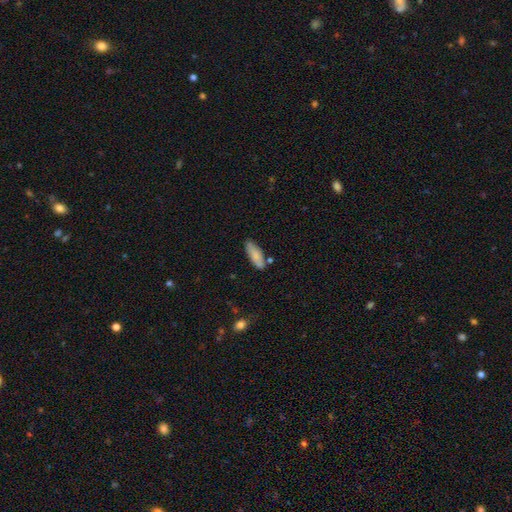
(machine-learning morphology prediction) Smooth or featured: smooth — 81% (featured or disk — 13%)
How rounded: in between — 60% (cigar-shaped — 38%)
Merging: none — 74% (minor disturbance — 16%)